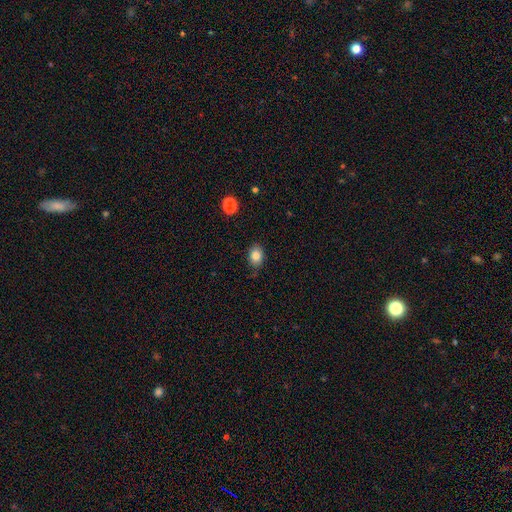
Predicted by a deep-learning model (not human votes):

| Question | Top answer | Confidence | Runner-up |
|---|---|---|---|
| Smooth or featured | smooth | 83% | star or artifact (10%) |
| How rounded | in between | 68% | round (31%) |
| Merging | none | 81% | minor disturbance (15%) |